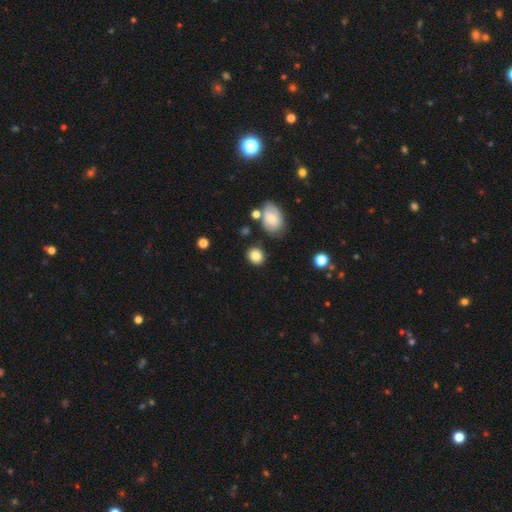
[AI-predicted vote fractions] Smooth or featured: smooth — 84% (star or artifact — 9%)
How rounded: round — 71% (in between — 28%)
Merging: none — 81% (minor disturbance — 12%)